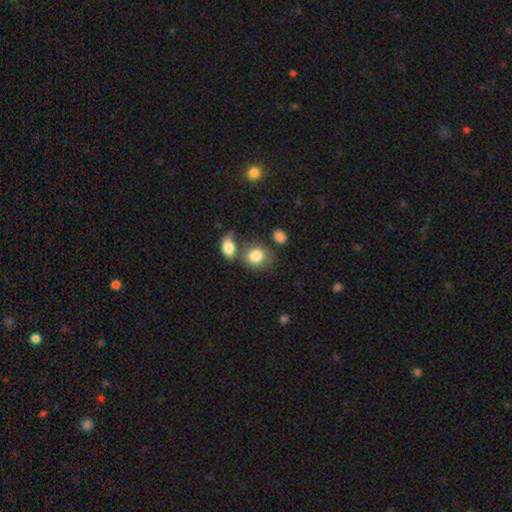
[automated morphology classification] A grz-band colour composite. It shows a smooth galaxy with no disk features (83%) that is round (56%). Merging: none (52%).